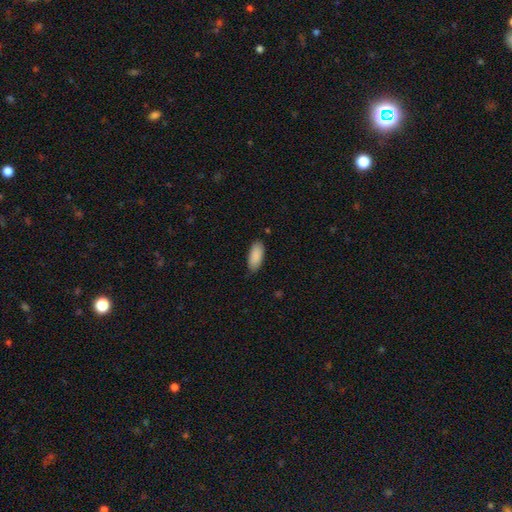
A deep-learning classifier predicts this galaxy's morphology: The model was most divided on "merging": none: 83%, minor disturbance: 13%, major disturbance: 2%, merger: 1%. More confident: smooth or featured — smooth (90%); how rounded — in between (86%).